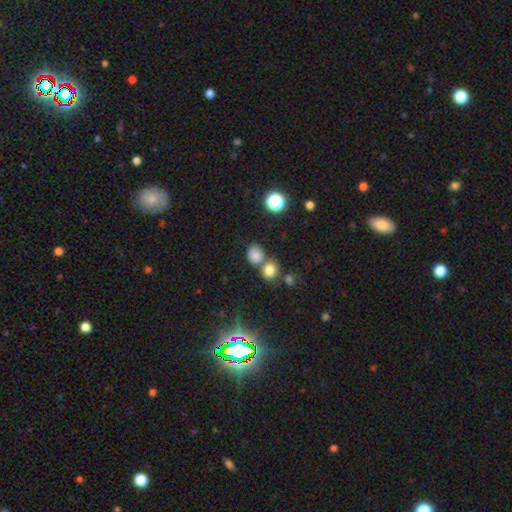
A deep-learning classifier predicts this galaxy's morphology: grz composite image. It shows a smooth galaxy with no disk features (76%) that is round (68%). Merging: none (56%).